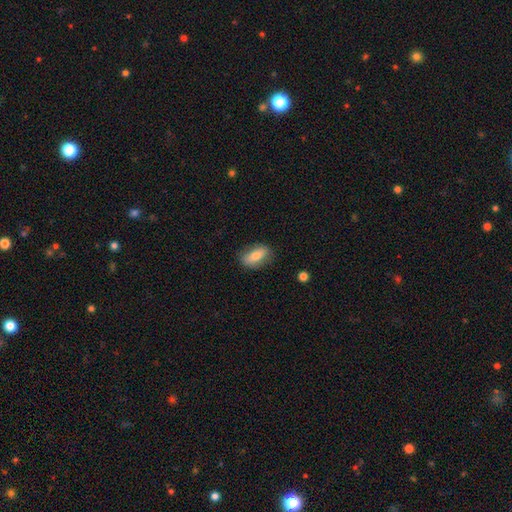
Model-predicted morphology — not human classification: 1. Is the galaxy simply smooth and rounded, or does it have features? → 72% smooth, 20% featured or disk, 7% star or artifact.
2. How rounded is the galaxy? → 83% in between, 11% cigar-shaped, 6% round.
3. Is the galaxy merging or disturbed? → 81% none, 15% minor disturbance, 4% major disturbance, 1% merger.